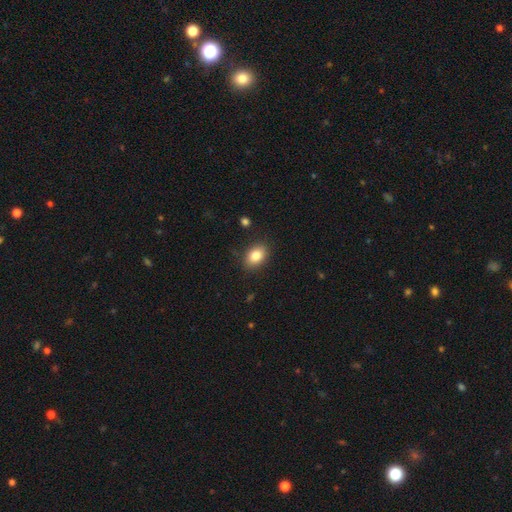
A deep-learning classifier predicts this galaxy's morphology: Smooth or featured: smooth — 83% (star or artifact — 9%)
How rounded: in between — 76% (round — 23%)
Merging: none — 86% (minor disturbance — 10%)